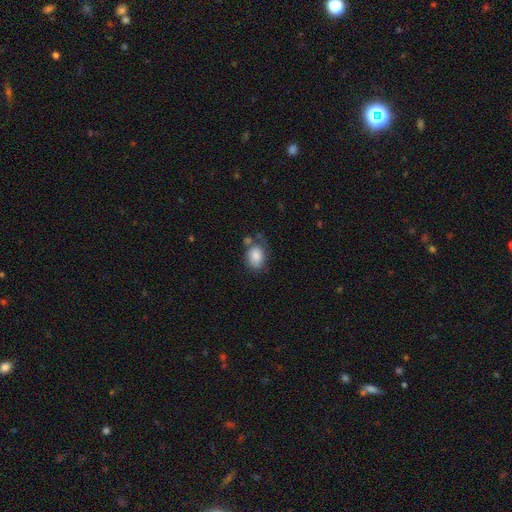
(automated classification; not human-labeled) The model was most divided on "merging": none: 52%, minor disturbance: 24%, merger: 13%, major disturbance: 11%. More confident: smooth or featured — smooth (83%); how rounded — in between (73%).